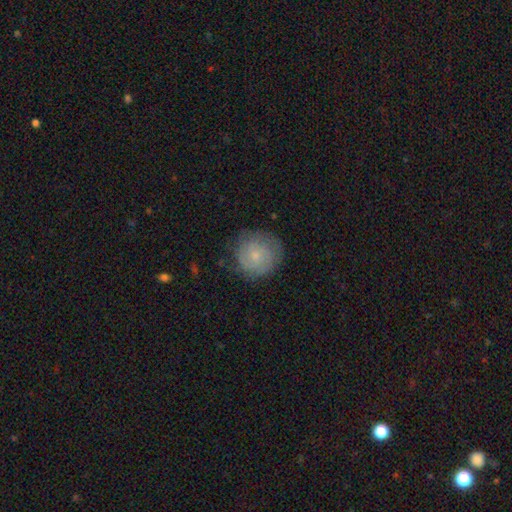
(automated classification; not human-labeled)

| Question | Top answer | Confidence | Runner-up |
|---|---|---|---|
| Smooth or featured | smooth | 52% | featured or disk (40%) |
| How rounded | round | 91% | in between (8%) |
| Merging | none | 76% | minor disturbance (17%) |